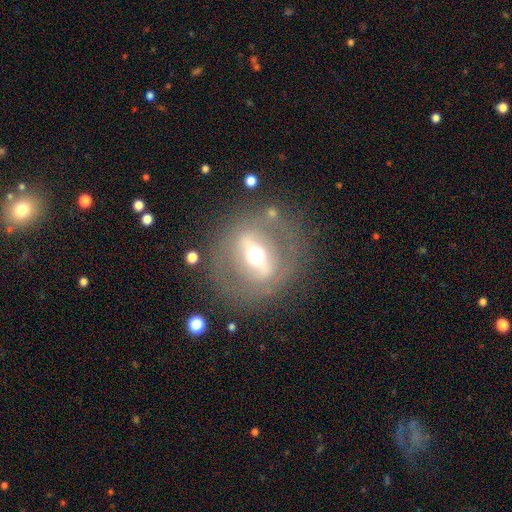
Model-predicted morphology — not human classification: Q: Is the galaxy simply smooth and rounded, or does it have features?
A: featured or disk — 70%.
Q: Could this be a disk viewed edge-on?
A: no — 77%.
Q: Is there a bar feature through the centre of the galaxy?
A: strong — 66%.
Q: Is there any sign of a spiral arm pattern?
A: no — 84%.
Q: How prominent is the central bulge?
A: moderate — 71%.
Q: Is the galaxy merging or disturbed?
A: none — 78%.